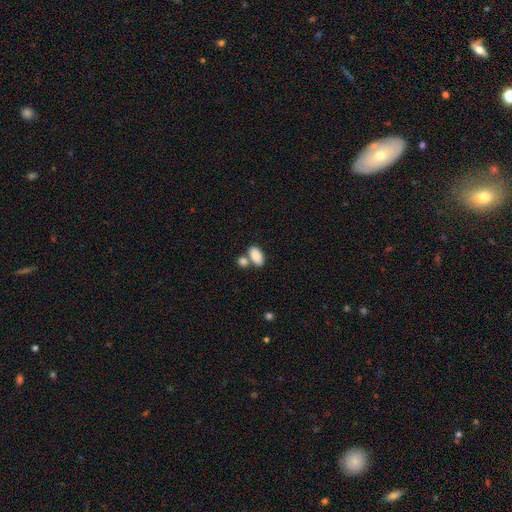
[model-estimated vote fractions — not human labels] The model was most divided on "merging": none: 51%, merger: 35%, minor disturbance: 10%, major disturbance: 4%. More confident: how rounded — in between (93%); smooth or featured — smooth (87%).